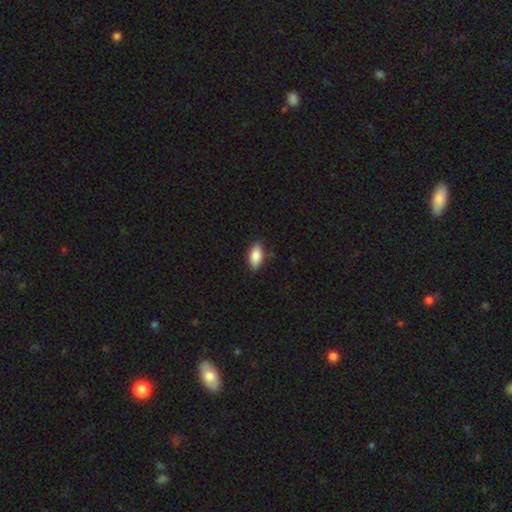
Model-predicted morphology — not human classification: smooth_or_featured: smooth (p=0.87) [alt: featured or disk p=0.07]
how_rounded: in between (p=0.89) [alt: cigar-shaped p=0.08]
merging: none (p=0.85) [alt: minor disturbance p=0.12]